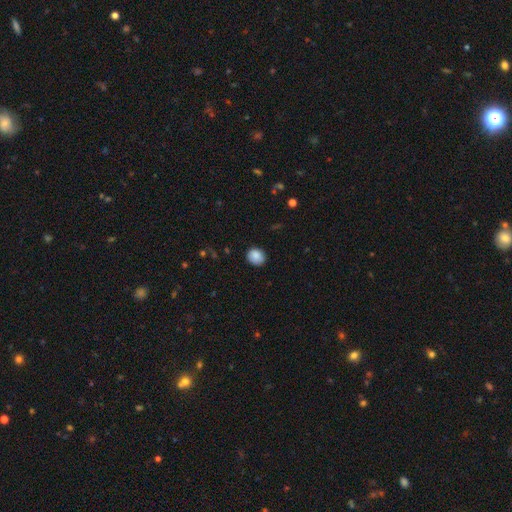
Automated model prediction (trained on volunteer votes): Morphology: type=smooth (88%); roundness=round (68%); merging=none (87%).